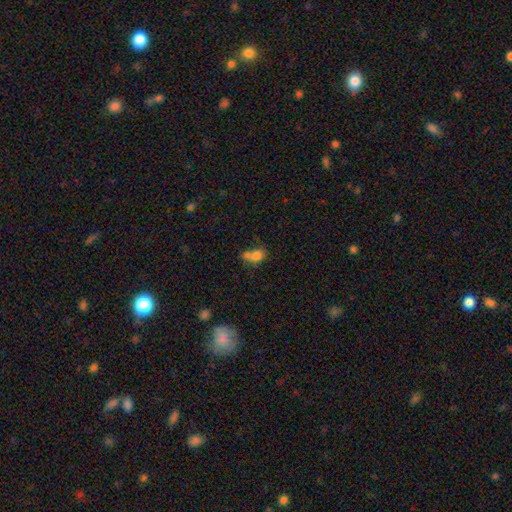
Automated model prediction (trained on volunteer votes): Morphology: type=smooth (76%); roundness=in between (58%); merging=merger (47%).